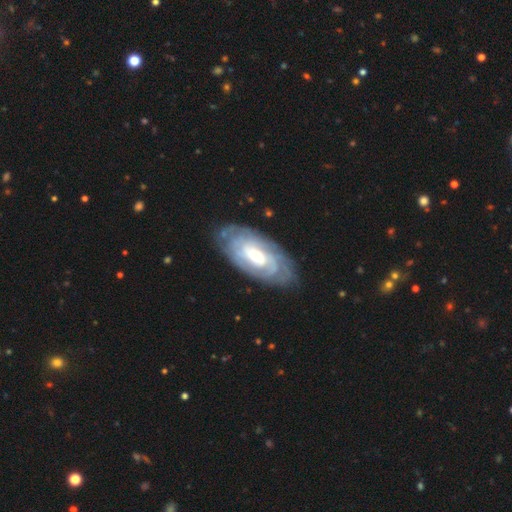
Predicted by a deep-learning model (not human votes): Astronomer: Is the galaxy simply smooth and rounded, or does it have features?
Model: featured or disk — 81%.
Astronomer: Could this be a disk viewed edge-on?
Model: no — 93%.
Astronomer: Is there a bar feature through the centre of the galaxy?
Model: no — 58%.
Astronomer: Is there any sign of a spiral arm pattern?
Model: yes — 92%.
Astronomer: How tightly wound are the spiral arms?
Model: tight — 77%.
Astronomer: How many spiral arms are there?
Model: can't tell — 50%.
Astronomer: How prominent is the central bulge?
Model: moderate — 51% (runner-up: small, 43%).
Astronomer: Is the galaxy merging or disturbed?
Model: none — 78%.